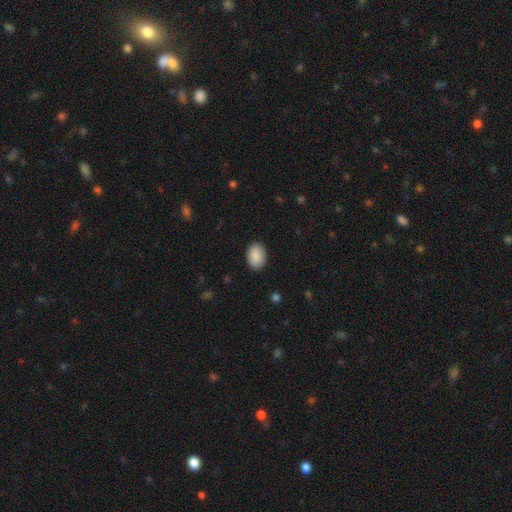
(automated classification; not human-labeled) Q: Smooth or featured?
A: smooth (90%); runner-up: star or artifact (6%)
Q: How rounded?
A: in between (84%); runner-up: round (15%)
Q: Merging?
A: none (89%); runner-up: minor disturbance (8%)